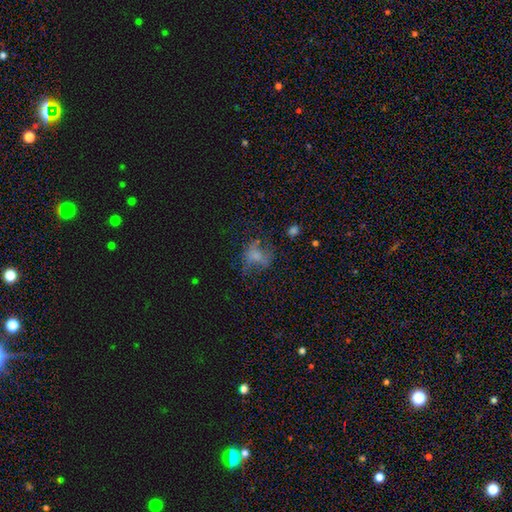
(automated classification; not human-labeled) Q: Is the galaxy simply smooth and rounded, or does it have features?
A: smooth — 48%.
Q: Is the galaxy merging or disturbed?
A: none — 41%.